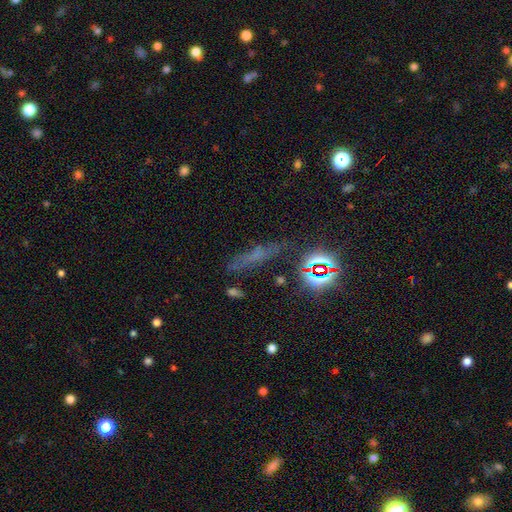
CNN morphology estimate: This appears to be a smooth galaxy with no disk features (38%). Merging: none (71%).